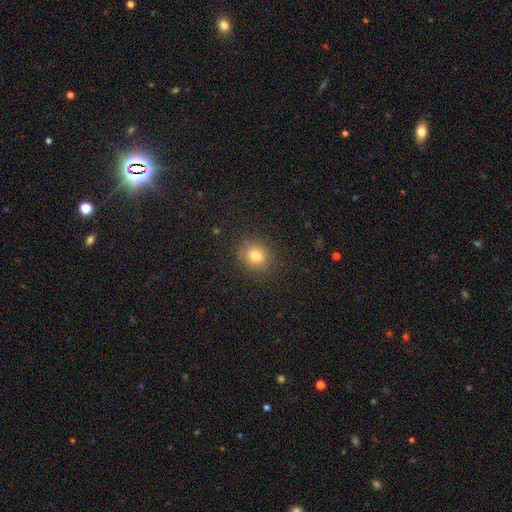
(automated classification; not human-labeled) This appears to be a smooth galaxy with no disk features (80%) that is round (78%). Merging: none (85%).